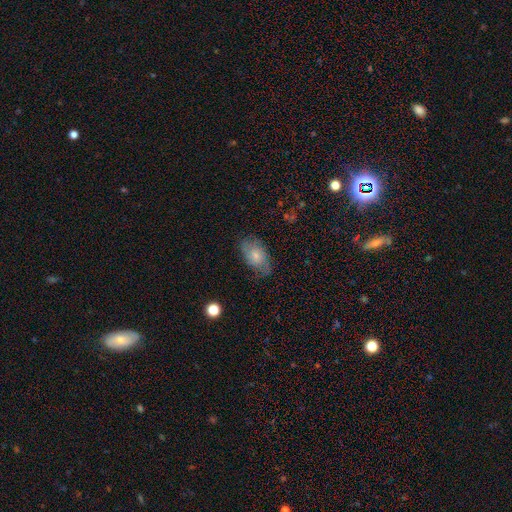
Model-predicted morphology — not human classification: type=smooth (54%); roundness=in between (90%); merging=none (67%).